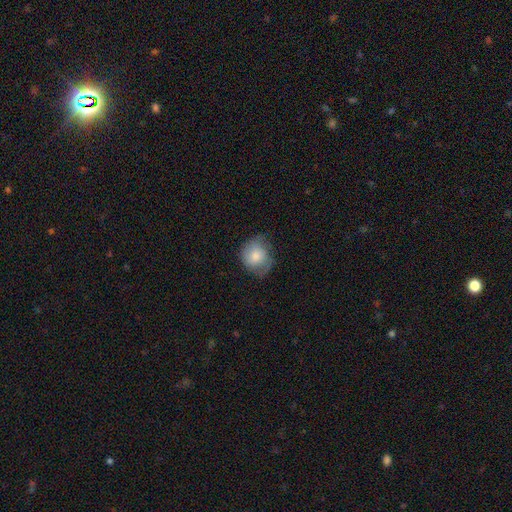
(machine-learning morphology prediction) The model was most divided on "merging": none: 51%, minor disturbance: 33%, major disturbance: 14%, merger: 1%. More confident: smooth or featured — smooth (71%); how rounded — round (70%).